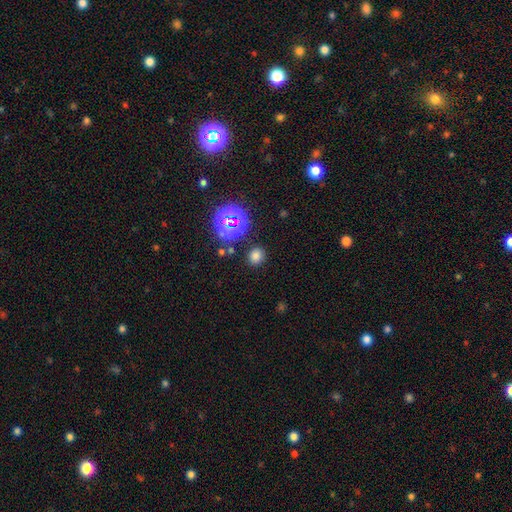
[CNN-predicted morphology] type=smooth (70%); roundness=round (76%); merging=none (86%).